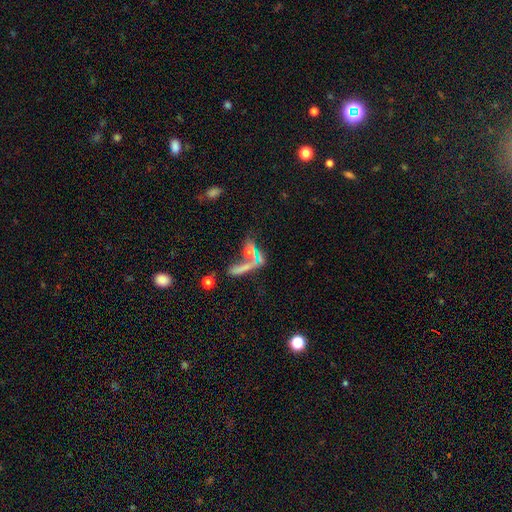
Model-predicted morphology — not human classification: Smooth or featured: smooth — 49% (featured or disk — 33%)
Merging: merger — 43% (none — 32%)